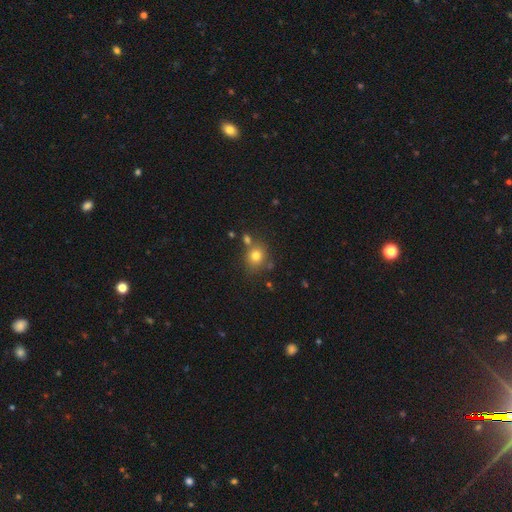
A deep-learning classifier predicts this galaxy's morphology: Smooth or featured? smooth (77%)
How rounded? round (77%)
Merging? none (69%)